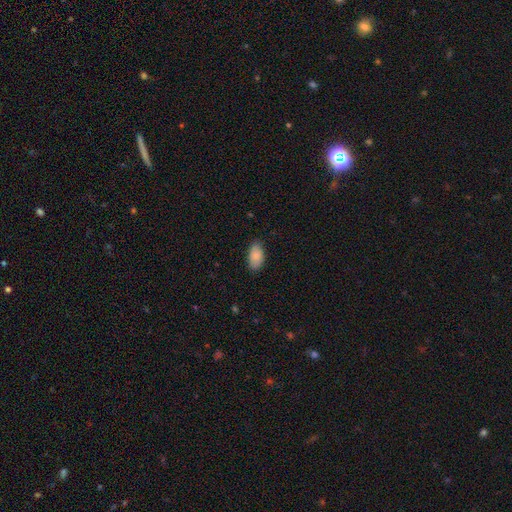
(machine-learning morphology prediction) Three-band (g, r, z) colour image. It shows a smooth galaxy with no disk features (87%) that is in between round and cigar-shaped (94%). Merging: none (81%).